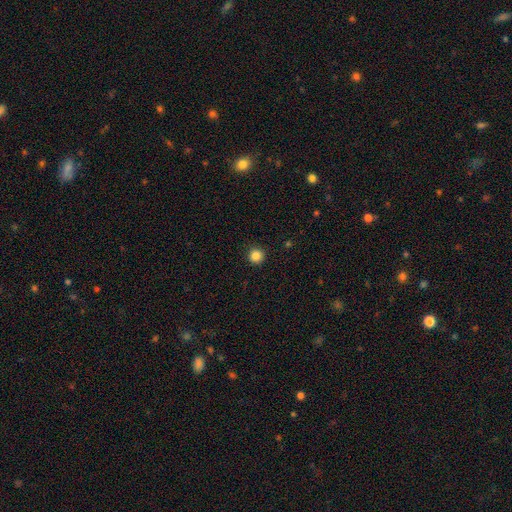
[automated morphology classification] type=smooth (85%); roundness=round (96%); merging=none (93%).